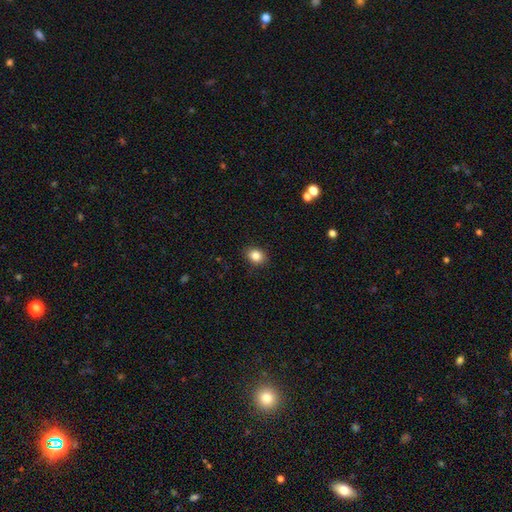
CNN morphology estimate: Smooth or featured? smooth (85%)
How rounded? in between (51%)
Merging? none (89%)